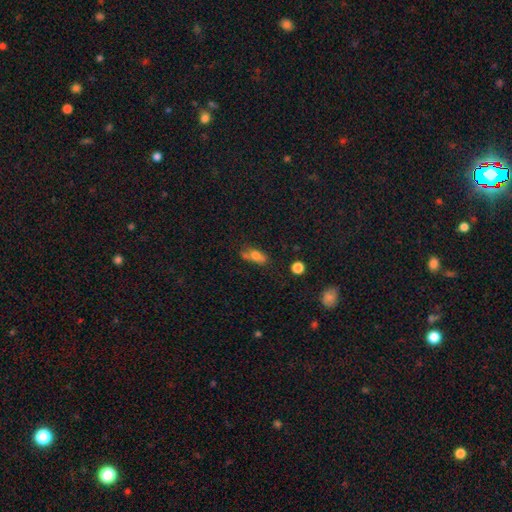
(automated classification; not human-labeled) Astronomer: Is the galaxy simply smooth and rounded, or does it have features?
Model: smooth — 65%.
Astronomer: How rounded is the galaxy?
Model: in between — 73%.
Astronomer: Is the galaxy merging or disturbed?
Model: none — 54%.